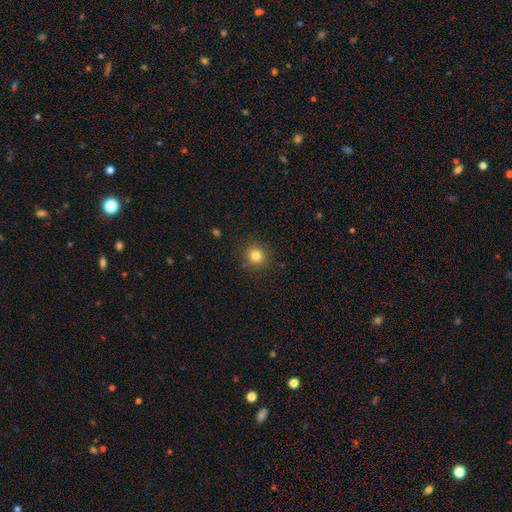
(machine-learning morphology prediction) Smooth or featured: smooth — 82% (star or artifact — 12%)
How rounded: round — 93% (in between — 6%)
Merging: none — 90% (minor disturbance — 7%)